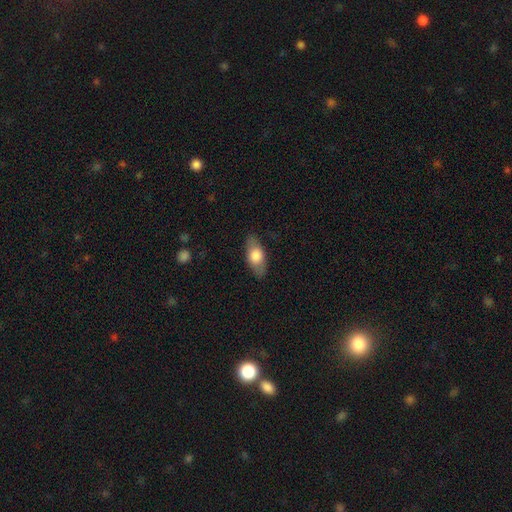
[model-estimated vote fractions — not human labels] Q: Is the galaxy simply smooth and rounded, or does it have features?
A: smooth — 66%.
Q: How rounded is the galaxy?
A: in between — 83%.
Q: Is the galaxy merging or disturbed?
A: none — 84%.